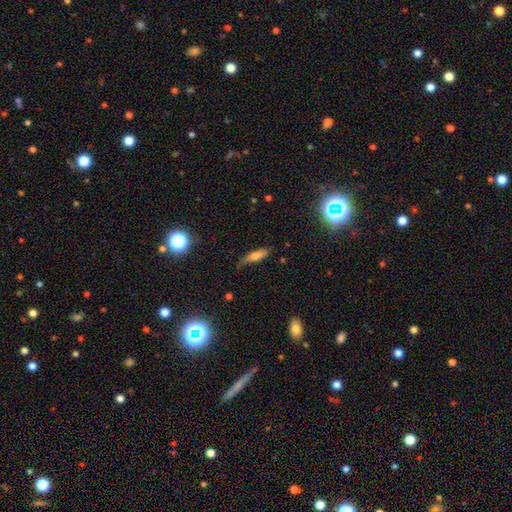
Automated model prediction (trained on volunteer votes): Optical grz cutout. It shows a smooth galaxy with no disk features (65%) that is cigar-shaped (61%). Merging: none (62%).